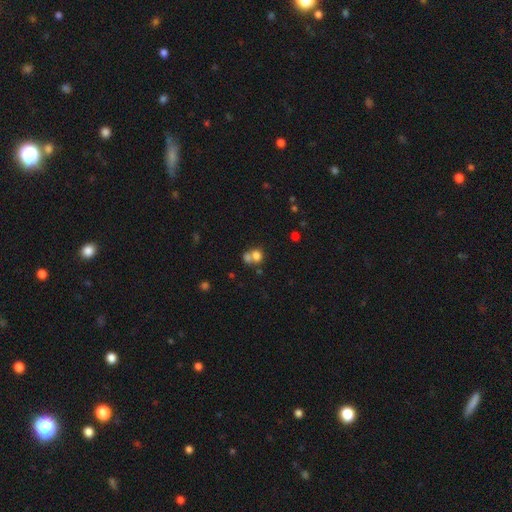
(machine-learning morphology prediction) This appears to be a smooth galaxy with no disk features (74%) that is round (67%). Merging: merger (52%).